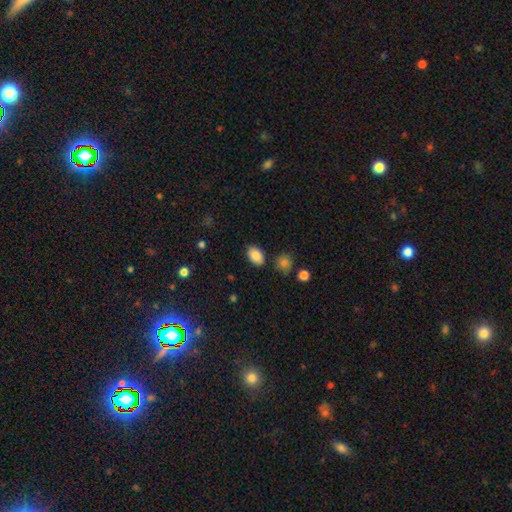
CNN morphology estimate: smooth_or_featured: smooth (p=0.87) [alt: star or artifact p=0.08]
how_rounded: in between (p=0.89) [alt: round p=0.10]
merging: none (p=0.82) [alt: minor disturbance p=0.12]